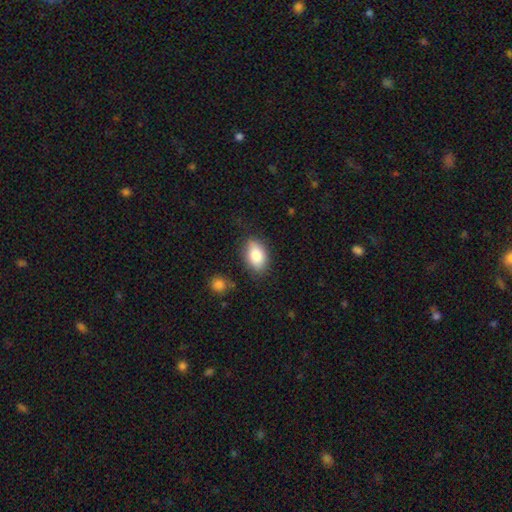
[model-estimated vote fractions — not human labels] Smooth or featured? smooth (82%)
How rounded? in between (88%)
Merging? none (79%)